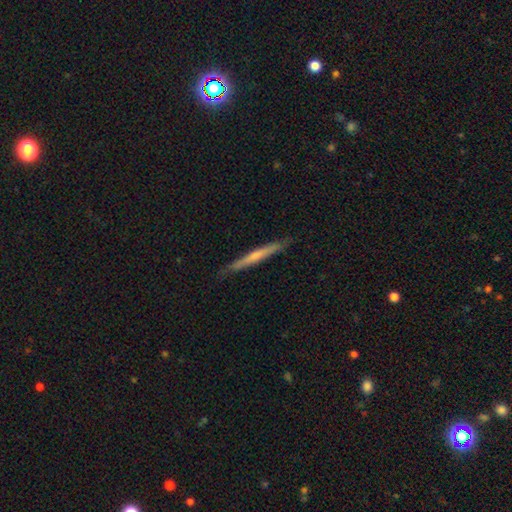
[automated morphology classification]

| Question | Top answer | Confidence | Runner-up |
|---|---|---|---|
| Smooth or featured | smooth | 47% | tied: featured or disk (47%) |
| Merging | none | 86% | minor disturbance (11%) |